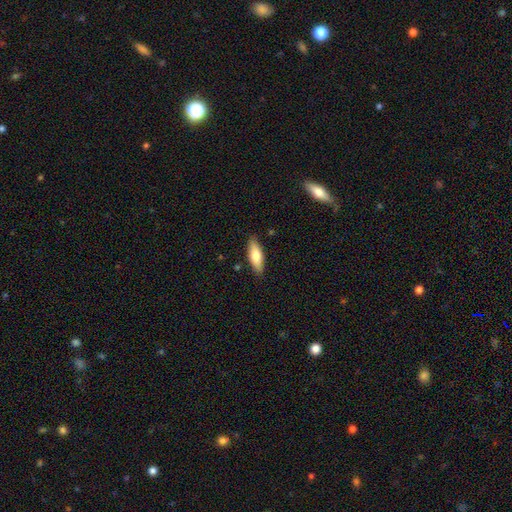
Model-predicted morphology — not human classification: smooth_or_featured: smooth (p=0.72) [alt: featured or disk p=0.23]
how_rounded: in between (p=0.59) [alt: cigar-shaped p=0.39]
merging: none (p=0.86) [alt: minor disturbance p=0.10]